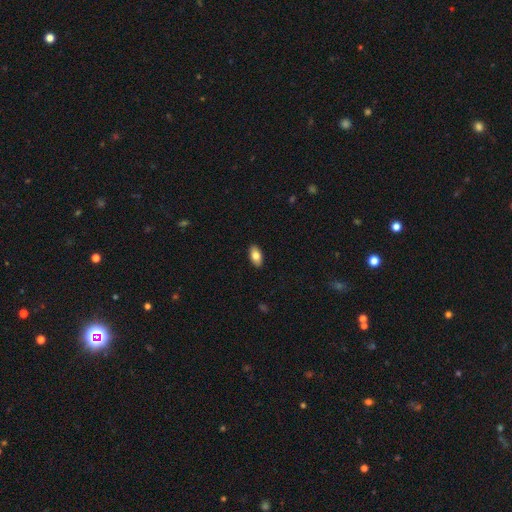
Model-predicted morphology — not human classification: A smooth galaxy with no disk features (83%) that is in between round and cigar-shaped (93%).

Vote fractions:
- Smooth or featured? smooth: 83% / featured or disk: 10% / star or artifact: 7%
- How rounded? in between: 93% / cigar-shaped: 4% / round: 3%
- Merging? none: 90% / minor disturbance: 7% / major disturbance: 2% / merger: 1%